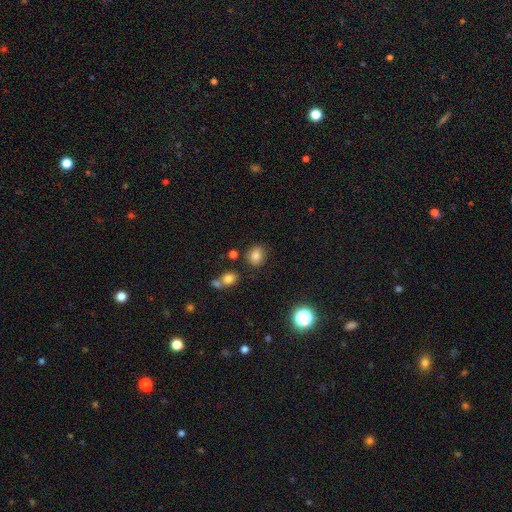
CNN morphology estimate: smooth 81%, star or artifact 12%, featured or disk 7%. Down the decision tree: how rounded — round (71%); merging — none (79%).